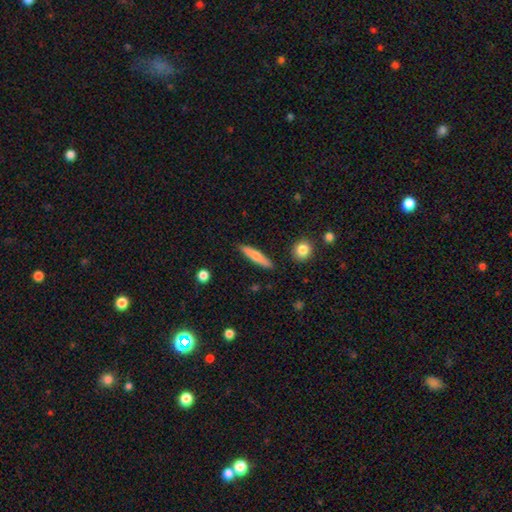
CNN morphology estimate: The model was most divided on "smooth or featured": smooth: 66%, featured or disk: 28%, star or artifact: 6%. More confident: merging — none (89%); how rounded — cigar-shaped (86%).